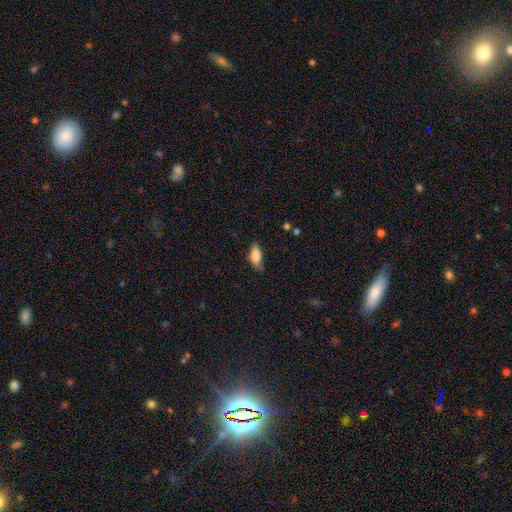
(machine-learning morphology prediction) Overall: smooth (82%). How rounded: in between (80%). Merging: none (63%; minor disturbance 29%).